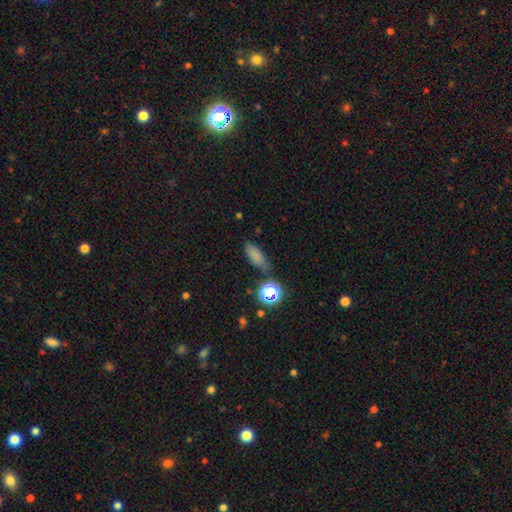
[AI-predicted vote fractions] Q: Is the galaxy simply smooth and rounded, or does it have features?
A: smooth — 76%.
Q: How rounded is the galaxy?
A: in between — 71%.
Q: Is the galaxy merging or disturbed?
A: none — 67%.